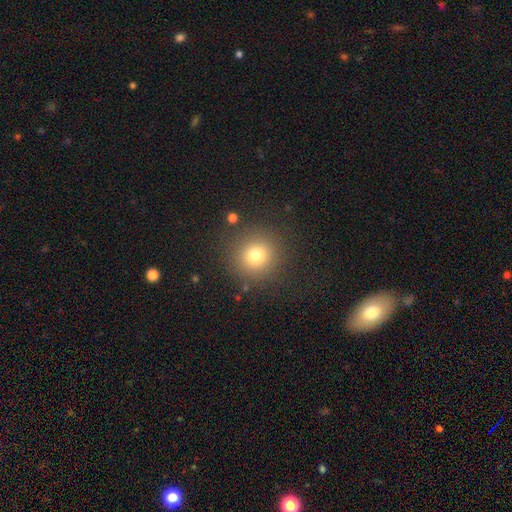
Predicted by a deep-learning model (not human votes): Morphology: type=smooth (76%); roundness=round (93%); merging=none (87%).